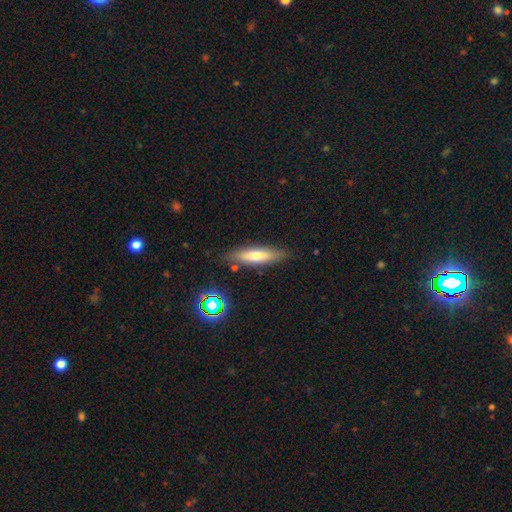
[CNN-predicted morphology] This is possibly a smooth galaxy (59%). How rounded: likely cigar-shaped (70%). Merging: clearly none (85%).